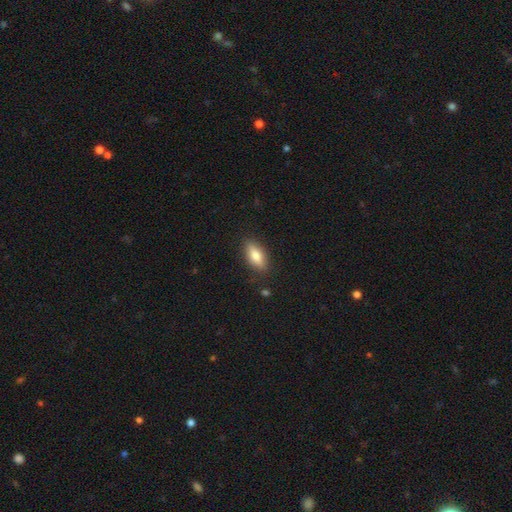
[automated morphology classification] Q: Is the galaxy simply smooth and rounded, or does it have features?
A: smooth — 74%.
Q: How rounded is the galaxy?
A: in between — 78%.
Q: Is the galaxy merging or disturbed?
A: none — 85%.